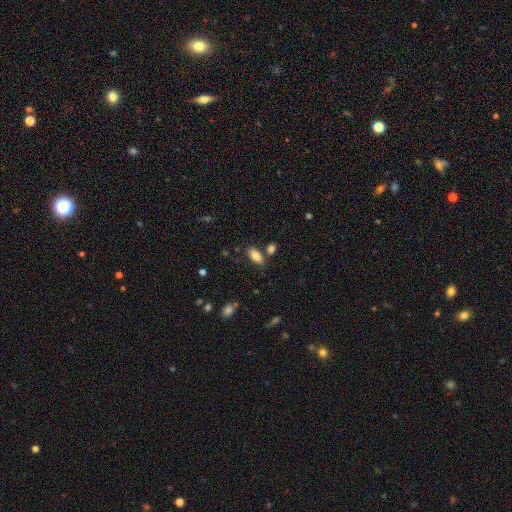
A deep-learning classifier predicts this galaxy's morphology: The model was most divided on "merging": none: 72%, minor disturbance: 13%, merger: 11%, major disturbance: 4%. More confident: how rounded — in between (89%); smooth or featured — smooth (83%).